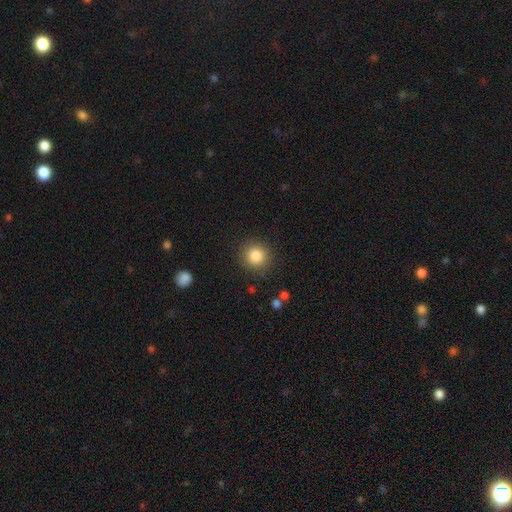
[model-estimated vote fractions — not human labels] Overall: smooth (85%). How rounded: round (92%). Merging: none (88%).